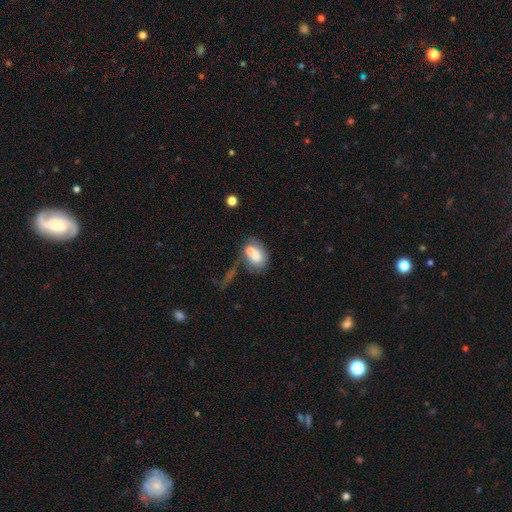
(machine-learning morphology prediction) Smooth or featured?
  - smooth: 67% *
  - featured or disk: 24%
  - star or artifact: 9%
How rounded?
  - in between: 64% *
  - round: 35%
  - cigar-shaped: 2%
Merging?
  - merger: 45% *
  - none: 29%
  - minor disturbance: 14%
  - major disturbance: 12%